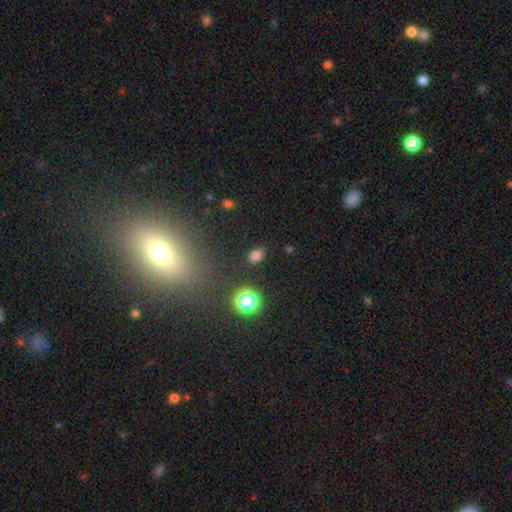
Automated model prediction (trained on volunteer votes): Smooth or featured? Predicted: smooth (p=0.76). How rounded? Predicted: in between (p=0.71). Merging? Predicted: none (p=0.84).